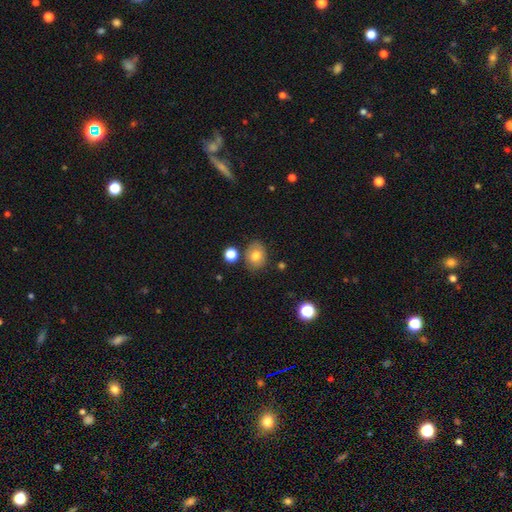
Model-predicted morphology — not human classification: This appears to be a smooth galaxy with no disk features (76%) that is in between round and cigar-shaped (50%). Merging: none (78%).